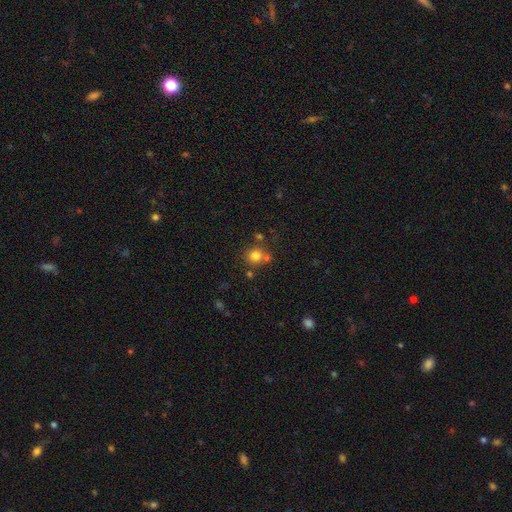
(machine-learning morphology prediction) A smooth galaxy with no disk features (79%) that is round (86%).

Vote fractions:
- Smooth or featured? smooth: 79% / star or artifact: 13% / featured or disk: 8%
- How rounded? round: 86% / in between: 13% / cigar-shaped: 1%
- Merging? none: 65% / merger: 19% / minor disturbance: 11% / major disturbance: 4%